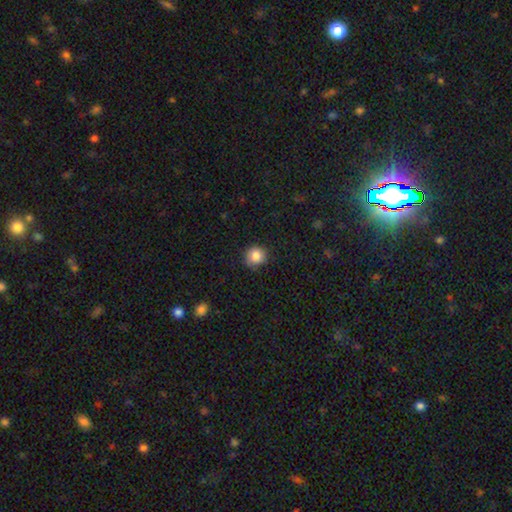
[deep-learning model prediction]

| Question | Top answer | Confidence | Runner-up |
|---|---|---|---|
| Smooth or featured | smooth | 85% | star or artifact (10%) |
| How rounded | round | 91% | in between (8%) |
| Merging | none | 81% | minor disturbance (15%) |